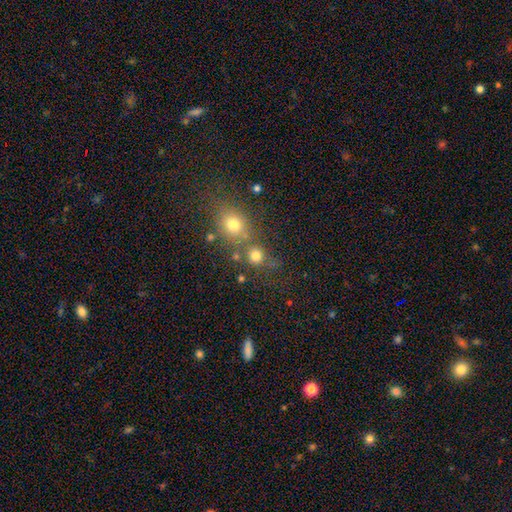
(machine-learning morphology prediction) smooth-or-featured: smooth: 75% | star or artifact: 17% | featured or disk: 8%
  how-rounded: round: 85% | in between: 14% | cigar-shaped: 1%
  merging: none: 62% | merger: 22% | minor disturbance: 10% | major disturbance: 6%